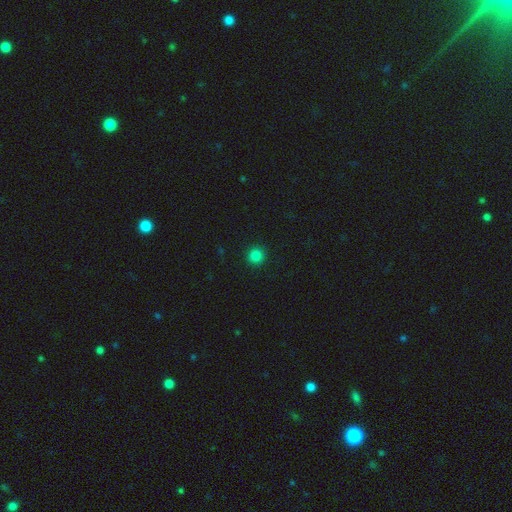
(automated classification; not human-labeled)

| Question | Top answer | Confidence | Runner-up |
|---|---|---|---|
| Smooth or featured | smooth | 84% | star or artifact (13%) |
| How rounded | round | 95% | in between (4%) |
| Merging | none | 93% | minor disturbance (5%) |